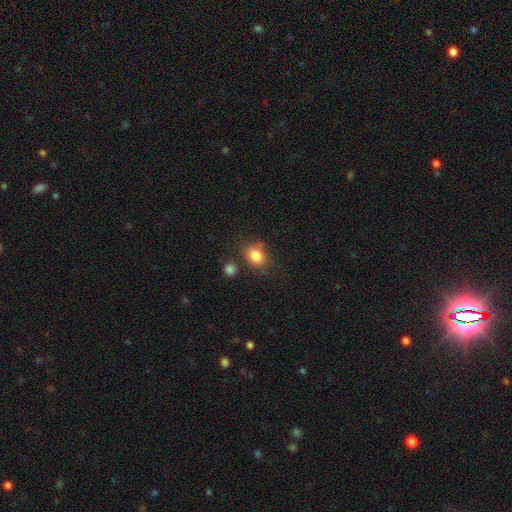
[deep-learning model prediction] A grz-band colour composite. It shows a smooth galaxy with no disk features (83%) that is round (52%). Merging: none (69%).